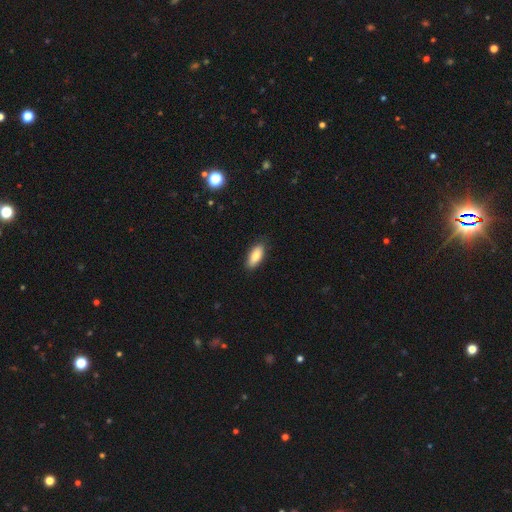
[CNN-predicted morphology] smooth 85%, featured or disk 9%, star or artifact 6%. Down the decision tree: how rounded — in between (82%); merging — none (83%).